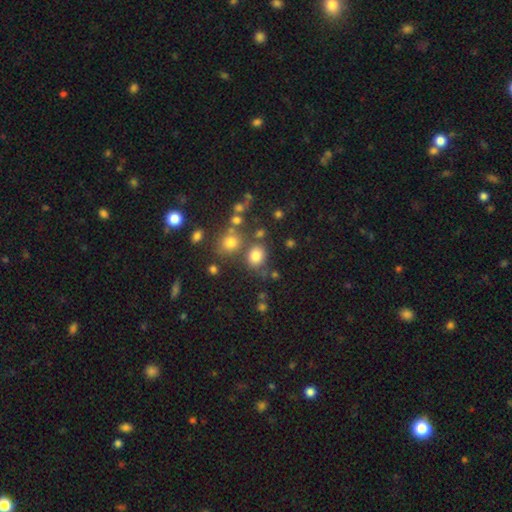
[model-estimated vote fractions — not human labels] Q: Smooth or featured?
A: smooth (77%); runner-up: star or artifact (15%)
Q: How rounded?
A: round (55%); runner-up: in between (44%)
Q: Merging?
A: none (65%); runner-up: merger (16%)